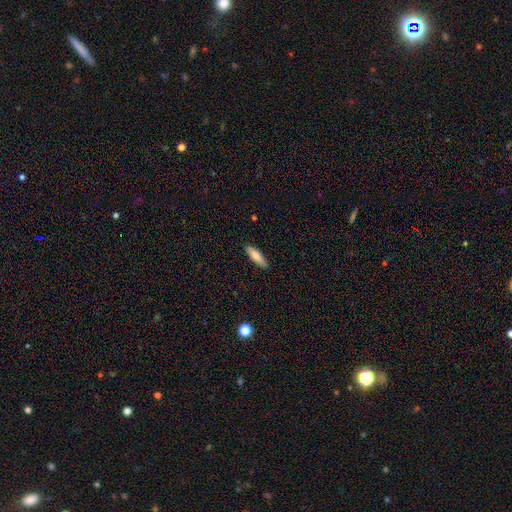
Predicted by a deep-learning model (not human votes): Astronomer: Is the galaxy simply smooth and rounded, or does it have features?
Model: smooth — 82%.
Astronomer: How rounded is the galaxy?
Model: cigar-shaped — 59% (runner-up: in between, 40%).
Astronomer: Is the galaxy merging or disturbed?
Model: none — 87%.